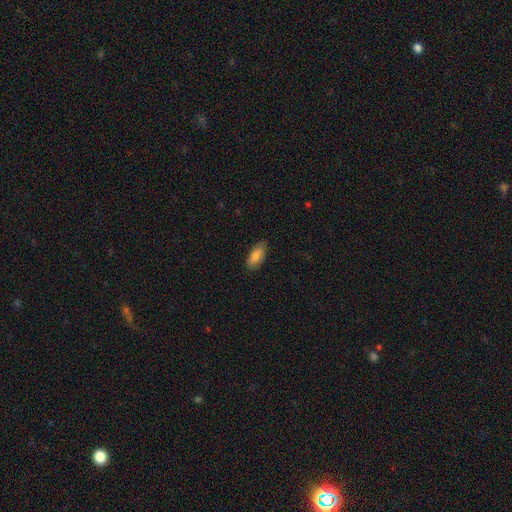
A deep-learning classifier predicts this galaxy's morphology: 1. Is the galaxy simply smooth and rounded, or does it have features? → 82% smooth, 11% featured or disk, 6% star or artifact.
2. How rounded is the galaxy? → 86% in between, 12% cigar-shaped, 2% round.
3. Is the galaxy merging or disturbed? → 81% none, 15% minor disturbance, 3% major disturbance, 1% merger.